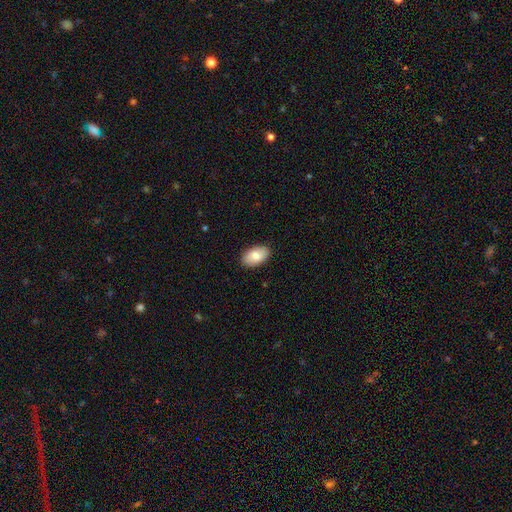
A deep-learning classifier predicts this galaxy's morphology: Smooth or featured?
  - smooth: 81% *
  - featured or disk: 13%
  - star or artifact: 6%
How rounded?
  - in between: 93% *
  - round: 5%
  - cigar-shaped: 1%
Merging?
  - none: 89% *
  - minor disturbance: 9%
  - major disturbance: 2%
  - merger: 1%